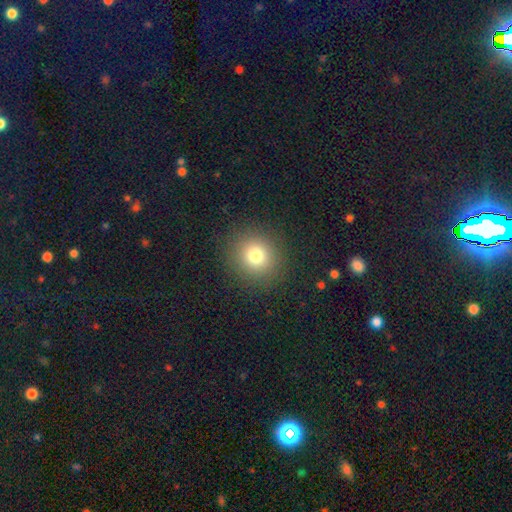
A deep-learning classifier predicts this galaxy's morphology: smooth-or-featured: smooth: 77% | star or artifact: 15% | featured or disk: 8%
  how-rounded: round: 90% | in between: 9% | cigar-shaped: 1%
  merging: none: 90% | minor disturbance: 6% | major disturbance: 3% | merger: 1%